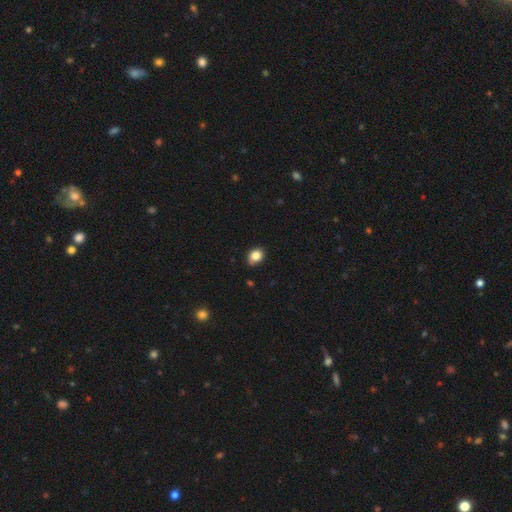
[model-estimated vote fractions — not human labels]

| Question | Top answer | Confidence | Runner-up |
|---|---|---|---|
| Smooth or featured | smooth | 84% | star or artifact (10%) |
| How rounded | round | 51% | in between (48%) |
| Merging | none | 77% | minor disturbance (18%) |